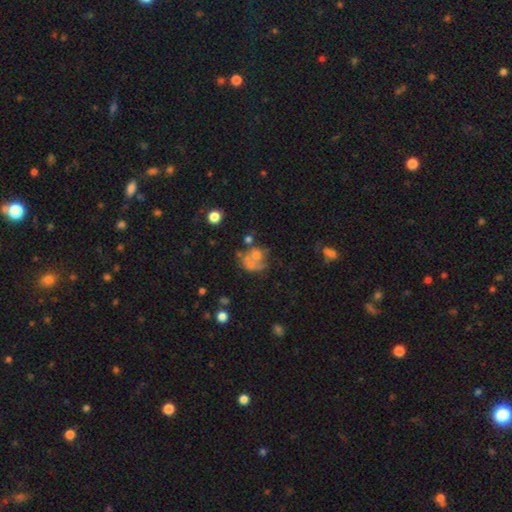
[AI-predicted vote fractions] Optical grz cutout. It shows a smooth galaxy with no disk features (47%). Merging: merger (41%).